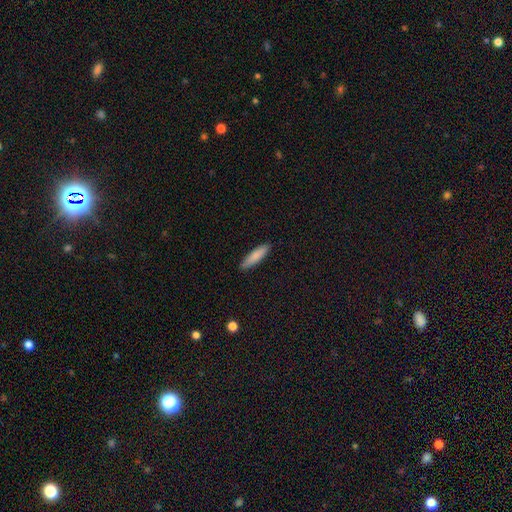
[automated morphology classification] Smooth or featured?
  - smooth: 84% *
  - featured or disk: 10%
  - star or artifact: 6%
How rounded?
  - cigar-shaped: 76% *
  - in between: 22%
  - round: 1%
Merging?
  - none: 90% *
  - minor disturbance: 8%
  - major disturbance: 1%
  - merger: 1%